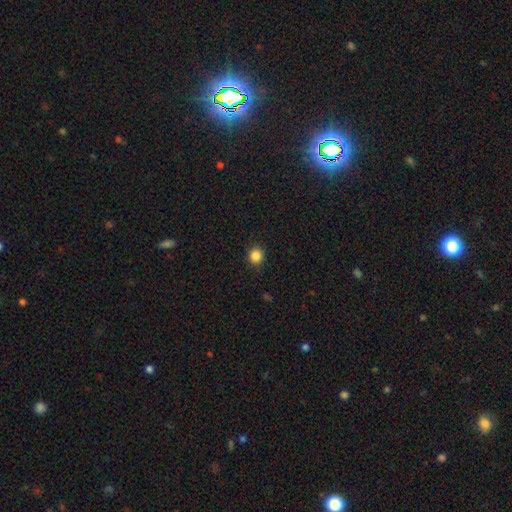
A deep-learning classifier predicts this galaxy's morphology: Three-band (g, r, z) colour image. It shows a smooth galaxy with no disk features (85%) that is round (89%). Merging: none (90%).